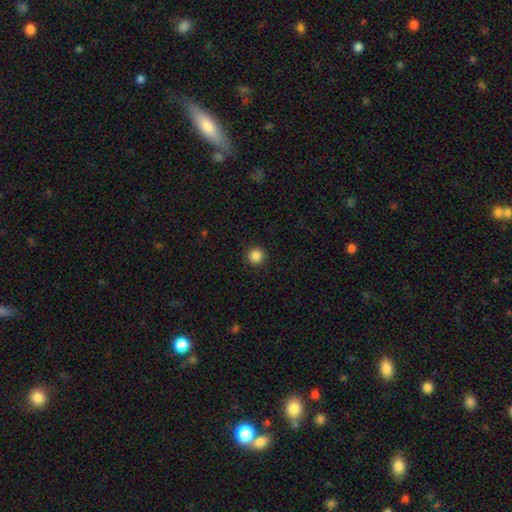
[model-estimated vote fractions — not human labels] smooth 87%, star or artifact 10%, featured or disk 3%. Down the decision tree: how rounded — round (96%); merging — none (93%).